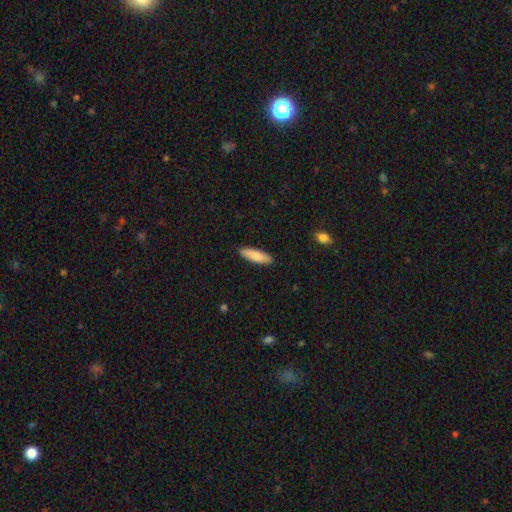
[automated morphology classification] smooth 83%, featured or disk 12%, star or artifact 5%. Down the decision tree: how rounded — cigar-shaped (58%); merging — none (89%).